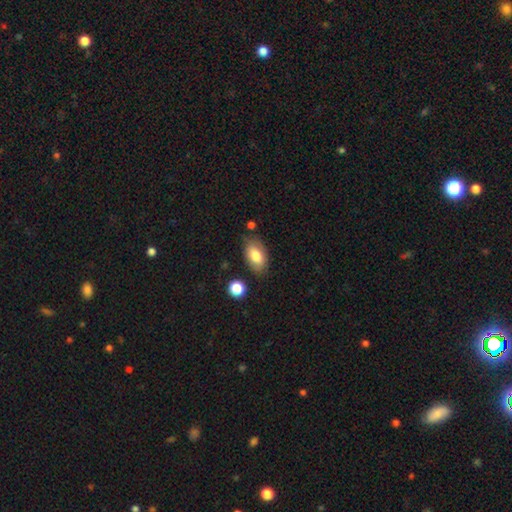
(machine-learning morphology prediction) smooth-or-featured: smooth: 80% | featured or disk: 13% | star or artifact: 7%
  how-rounded: in between: 92% | round: 5% | cigar-shaped: 2%
  merging: none: 77% | minor disturbance: 16% | major disturbance: 4% | merger: 4%